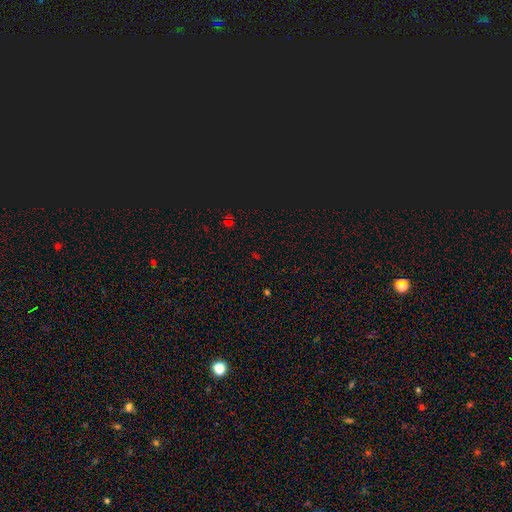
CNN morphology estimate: A star or artifact, not a galaxy (67%).

Vote fractions:
- Smooth or featured? star or artifact: 67% / smooth: 26% / featured or disk: 7%